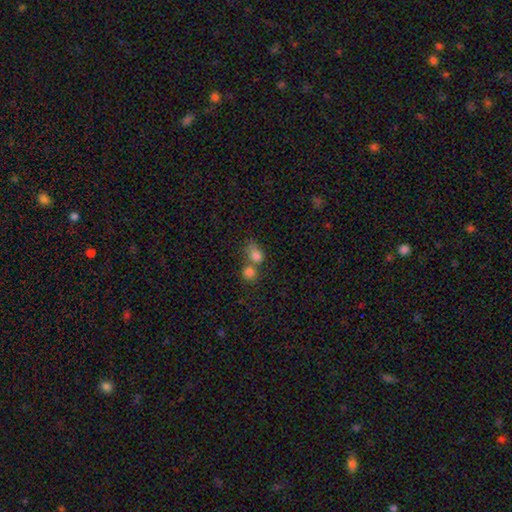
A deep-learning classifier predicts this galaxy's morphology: A smooth galaxy with no disk features (78%) that is round (57%). Merging: merger (52%).